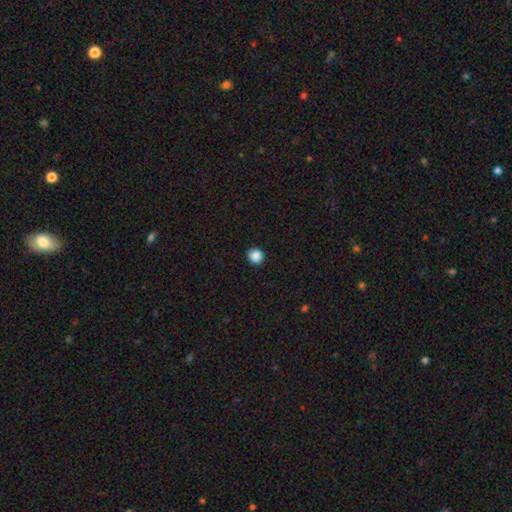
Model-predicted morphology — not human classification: smooth_or_featured: smooth (p=0.88) [alt: star or artifact p=0.10]
how_rounded: round (p=0.91) [alt: in between p=0.08]
merging: none (p=0.92) [alt: minor disturbance p=0.06]